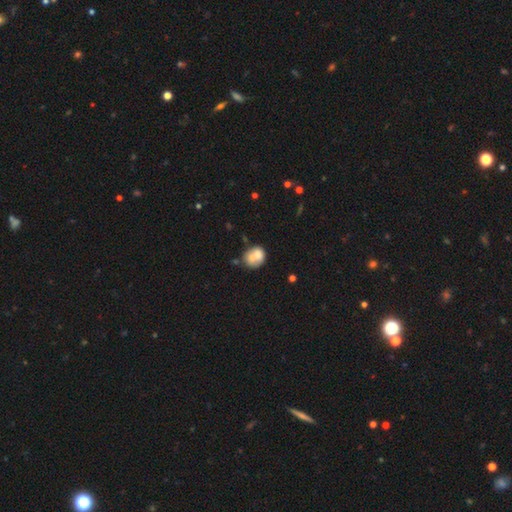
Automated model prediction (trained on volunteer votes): Q: Smooth or featured?
A: smooth (67%); runner-up: featured or disk (24%)
Q: How rounded?
A: round (66%); runner-up: in between (33%)
Q: Merging?
A: merger (39%); runner-up: none (37%)